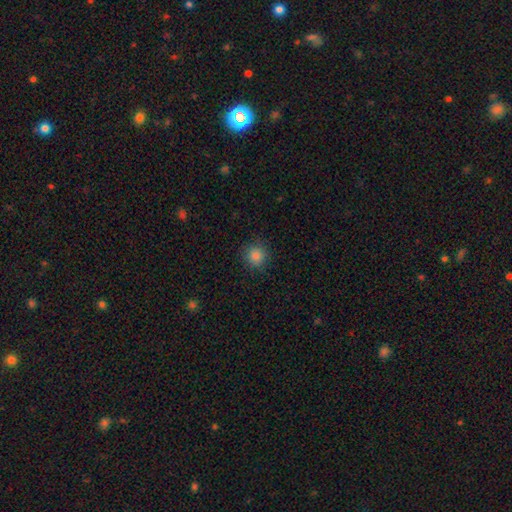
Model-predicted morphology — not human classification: Smooth or featured: smooth — 85% (star or artifact — 11%)
How rounded: round — 93% (in between — 6%)
Merging: none — 90% (minor disturbance — 7%)